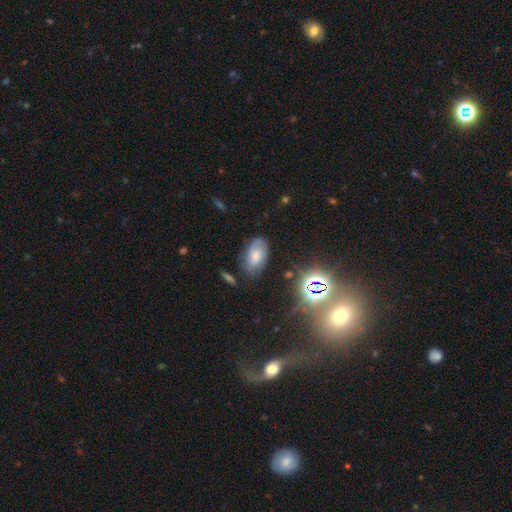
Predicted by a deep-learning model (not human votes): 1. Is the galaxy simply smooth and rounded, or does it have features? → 52% smooth, 34% featured or disk, 14% star or artifact.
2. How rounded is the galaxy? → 92% in between, 6% round, 2% cigar-shaped.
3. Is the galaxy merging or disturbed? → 71% none, 20% minor disturbance, 6% major disturbance, 2% merger.